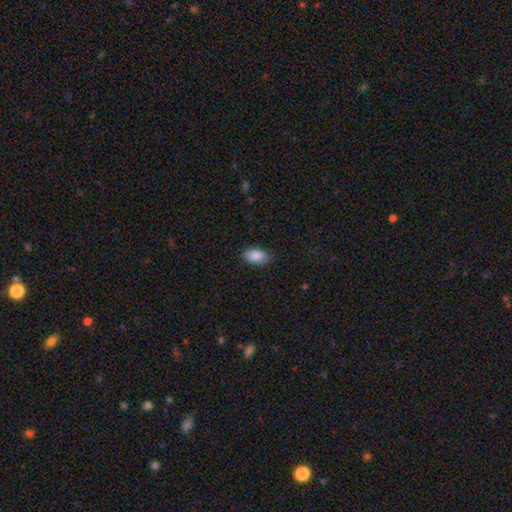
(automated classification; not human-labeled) smooth_or_featured: smooth (p=0.88) [alt: star or artifact p=0.07]
how_rounded: in between (p=0.93) [alt: round p=0.04]
merging: none (p=0.84) [alt: minor disturbance p=0.13]